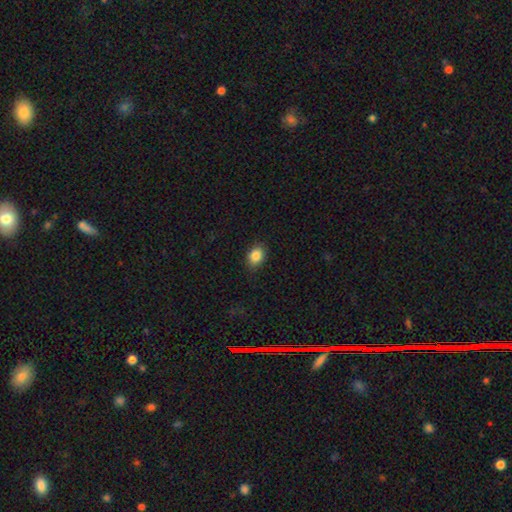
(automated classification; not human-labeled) smooth_or_featured: smooth (p=0.86) [alt: star or artifact p=0.09]
how_rounded: in between (p=0.68) [alt: round p=0.30]
merging: none (p=0.86) [alt: minor disturbance p=0.10]